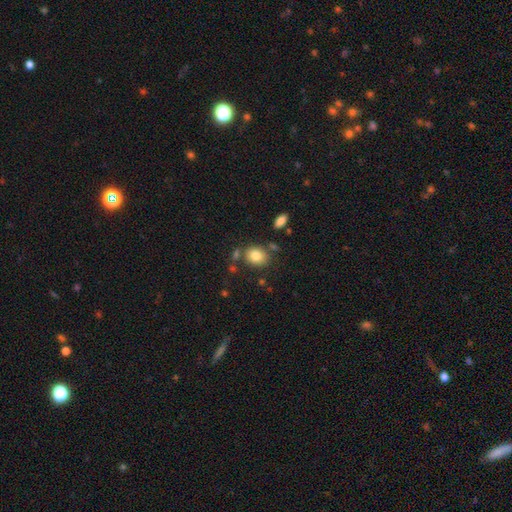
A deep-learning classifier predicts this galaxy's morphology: Smooth or featured?
  - smooth: 82% *
  - star or artifact: 10%
  - featured or disk: 9%
How rounded?
  - round: 57% *
  - in between: 42%
  - cigar-shaped: 1%
Merging?
  - none: 74% *
  - minor disturbance: 12%
  - merger: 9%
  - major disturbance: 4%